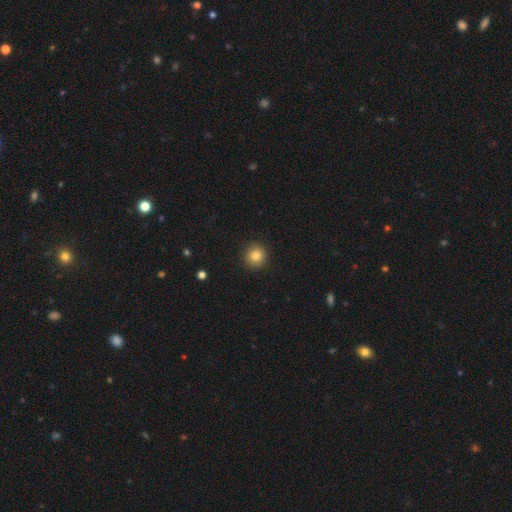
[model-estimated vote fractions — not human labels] This is clearly a smooth galaxy (82%). How rounded: clearly round (93%). Merging: clearly none (92%).